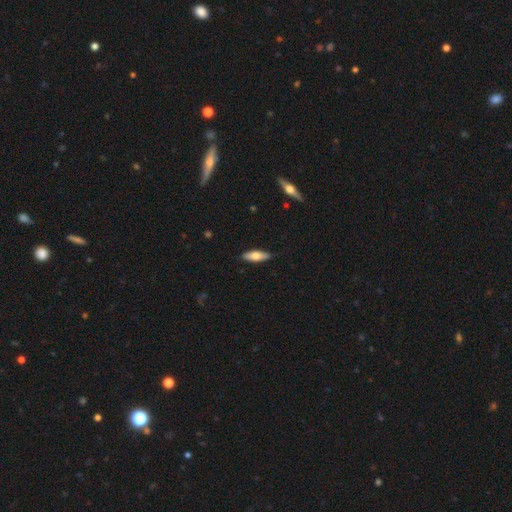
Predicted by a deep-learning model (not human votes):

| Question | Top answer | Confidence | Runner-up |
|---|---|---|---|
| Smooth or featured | smooth | 68% | featured or disk (26%) |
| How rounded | in between | 53% | cigar-shaped (45%) |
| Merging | none | 87% | minor disturbance (10%) |